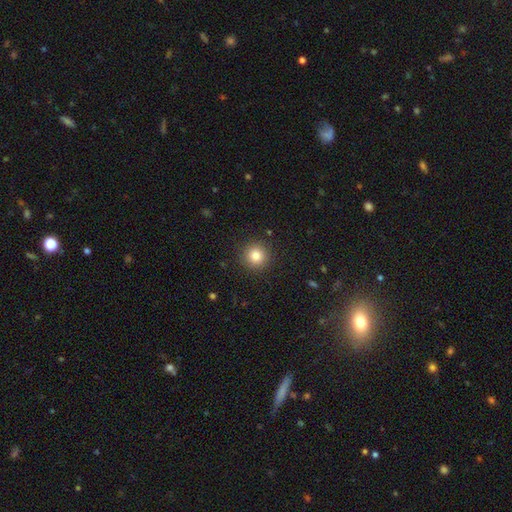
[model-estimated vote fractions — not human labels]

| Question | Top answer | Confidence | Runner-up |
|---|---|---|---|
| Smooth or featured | smooth | 82% | star or artifact (11%) |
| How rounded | round | 95% | in between (4%) |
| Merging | none | 91% | minor disturbance (6%) |